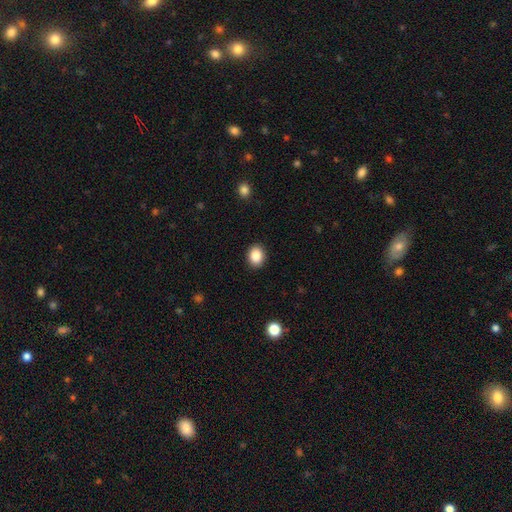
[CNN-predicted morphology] This is clearly a smooth galaxy (86%). How rounded: possibly round (53%). Merging: clearly none (91%).